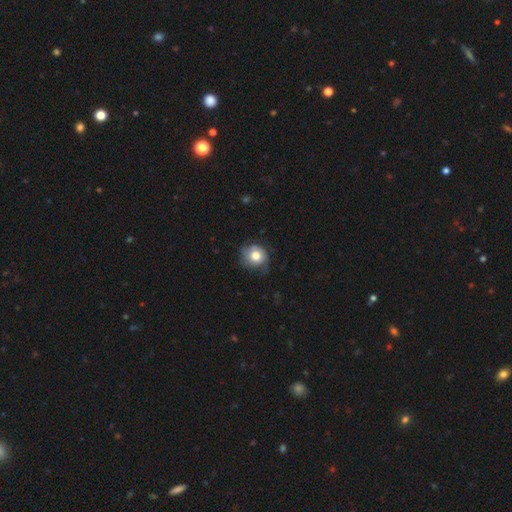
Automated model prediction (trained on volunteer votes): A smooth galaxy with no disk features (65%) that is round (84%).

Vote fractions:
- Smooth or featured? smooth: 65% / featured or disk: 27% / star or artifact: 8%
- How rounded? round: 84% / in between: 16% / cigar-shaped: 1%
- Merging? none: 60% / minor disturbance: 28% / major disturbance: 11% / merger: 1%